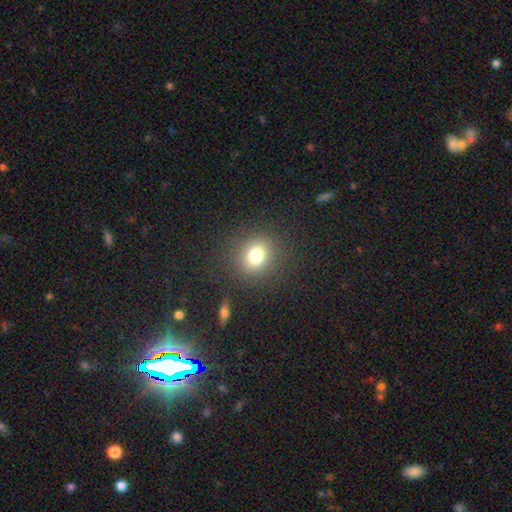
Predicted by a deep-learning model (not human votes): smooth-or-featured: smooth: 76% | star or artifact: 15% | featured or disk: 9%
  how-rounded: round: 76% | in between: 23% | cigar-shaped: 1%
  merging: none: 86% | minor disturbance: 8% | major disturbance: 4% | merger: 2%